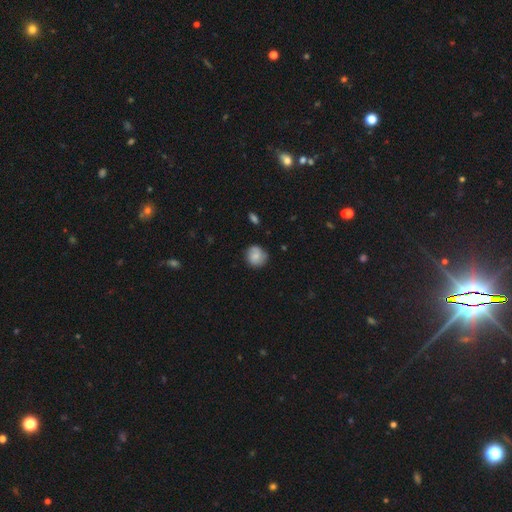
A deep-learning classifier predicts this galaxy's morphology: type=smooth (71%); roundness=round (87%); merging=none (77%).